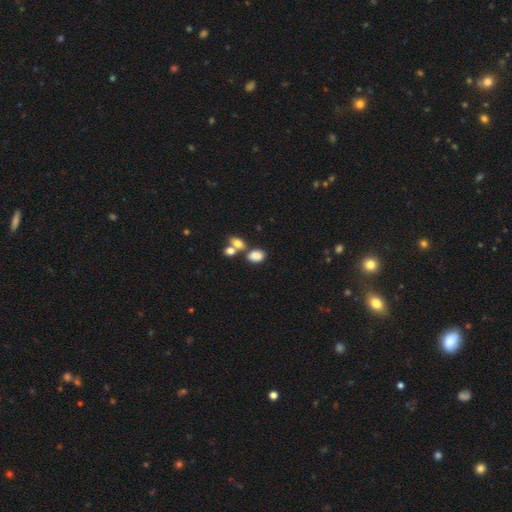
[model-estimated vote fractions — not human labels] The model was most divided on "merging": none: 49%, merger: 33%, minor disturbance: 12%, major disturbance: 5%. More confident: smooth or featured — smooth (81%); how rounded — in between (80%).